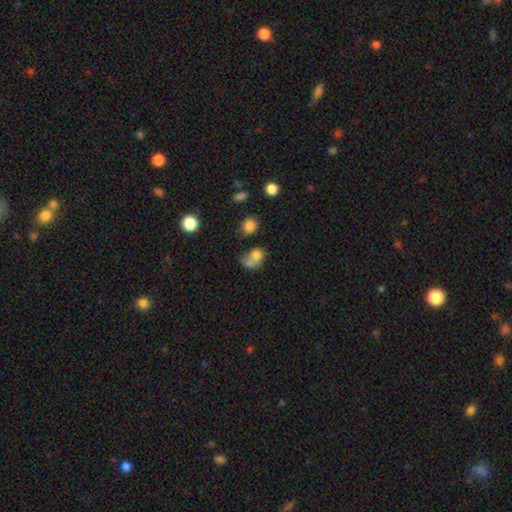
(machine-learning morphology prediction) Smooth or featured?
  - smooth: 71% *
  - featured or disk: 17%
  - star or artifact: 13%
How rounded?
  - in between: 51% *
  - round: 48%
  - cigar-shaped: 1%
Merging?
  - merger: 44% *
  - none: 27%
  - major disturbance: 15%
  - minor disturbance: 15%